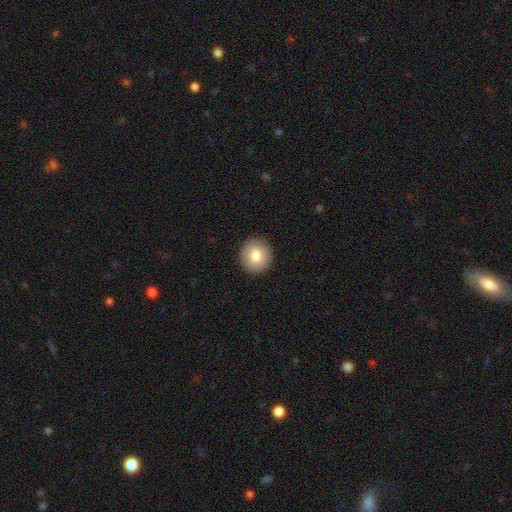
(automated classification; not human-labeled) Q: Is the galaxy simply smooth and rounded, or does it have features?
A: smooth — 79%.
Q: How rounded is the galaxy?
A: round — 87%.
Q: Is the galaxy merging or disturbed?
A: none — 91%.